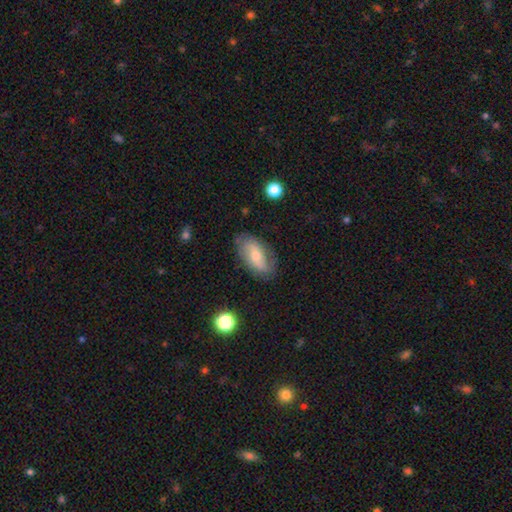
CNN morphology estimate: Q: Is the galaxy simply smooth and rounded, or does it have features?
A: featured or disk — 50%.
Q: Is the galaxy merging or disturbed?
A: none — 73%.